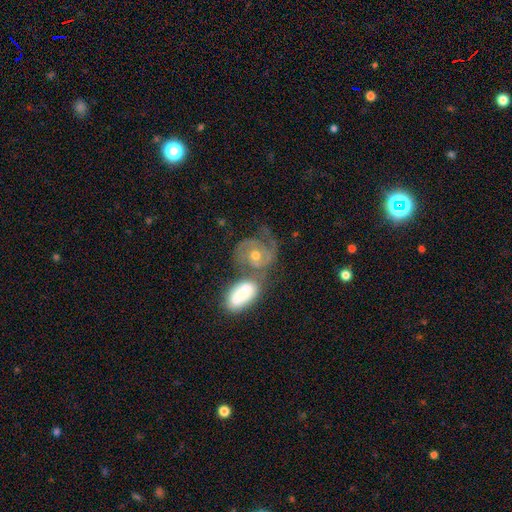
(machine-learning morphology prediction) The model was most divided on "merging" (2-way tie): none: 36%, merger: 36%, minor disturbance: 16%, major disturbance: 12%. More confident: edge-on disk — no (97%); spiral arms — yes (88%); bar — no (73%); smooth or featured — featured or disk (73%); bulge size — moderate (66%); spiral arm count — 2 (59%); spiral winding — tight (51%).